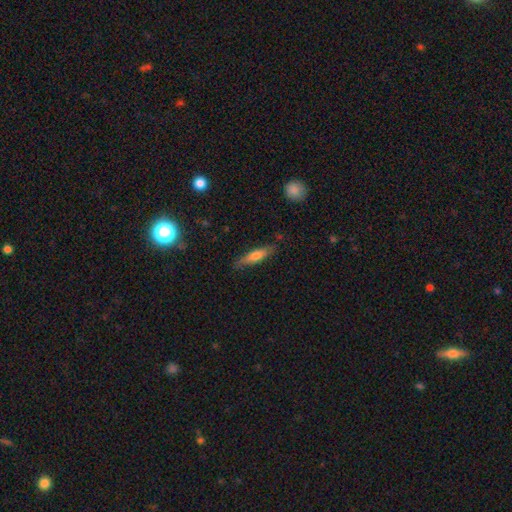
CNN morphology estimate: Q: Smooth or featured?
A: smooth (64%); runner-up: featured or disk (30%)
Q: How rounded?
A: cigar-shaped (80%); runner-up: in between (19%)
Q: Merging?
A: none (80%); runner-up: minor disturbance (15%)